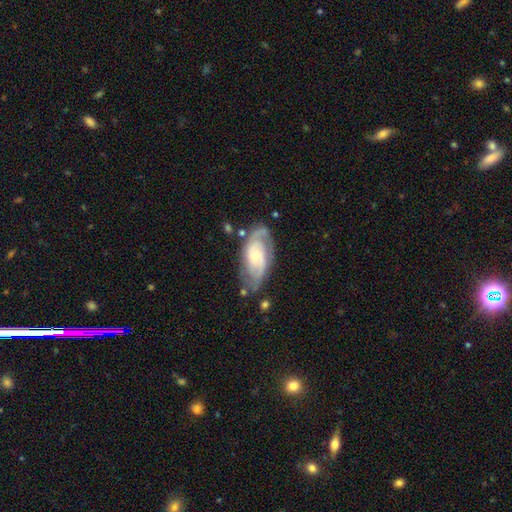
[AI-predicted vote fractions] Smooth or featured: featured or disk — 83% (smooth — 12%)
Edge-on disk: no — 95% (yes — 5%)
Bar: no — 63% (weak — 30%)
Spiral arms: yes — 94% (no — 6%)
Spiral winding: tight — 46% (medium — 41%)
Spiral arm count: 2 — 74% (can't tell — 13%)
Bulge size: small — 61% (moderate — 33%)
Merging: none — 70% (minor disturbance — 19%)